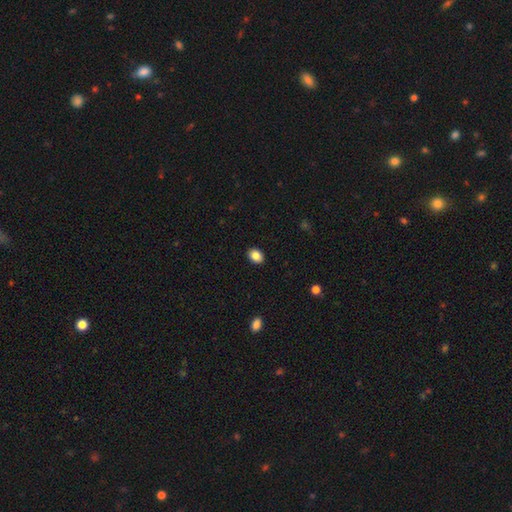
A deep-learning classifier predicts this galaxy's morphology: The model was most divided on "how rounded": in between: 70%, round: 29%, cigar-shaped: 1%. More confident: merging — none (90%); smooth or featured — smooth (86%).